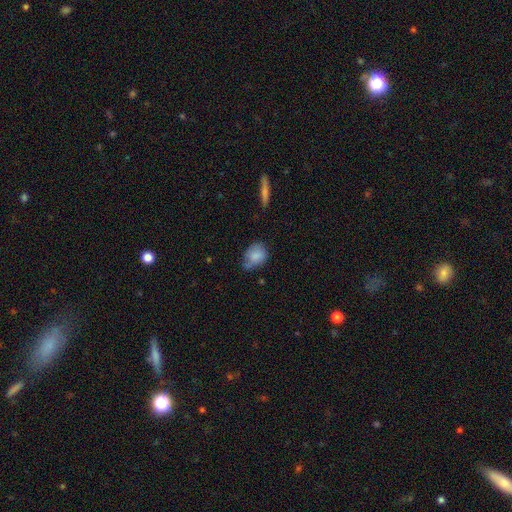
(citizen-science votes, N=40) Smooth or featured: smooth — 90% (featured or disk — 5%)
How rounded: in between — 56% (round — 44%)
Merging: minor disturbance — 58% (none — 29%)